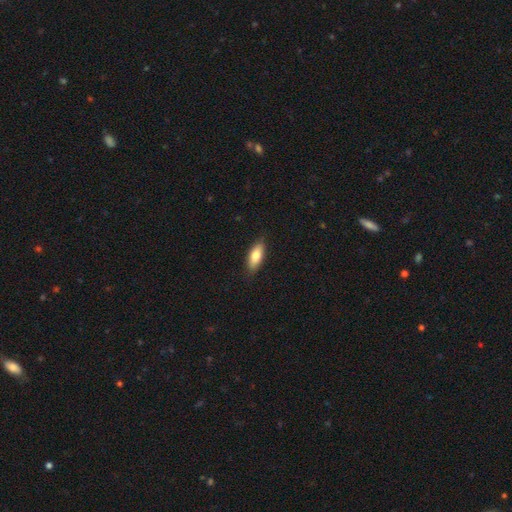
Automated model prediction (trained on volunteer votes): This appears to be a smooth galaxy with no disk features (77%) that is in between round and cigar-shaped (76%). Merging: none (86%).